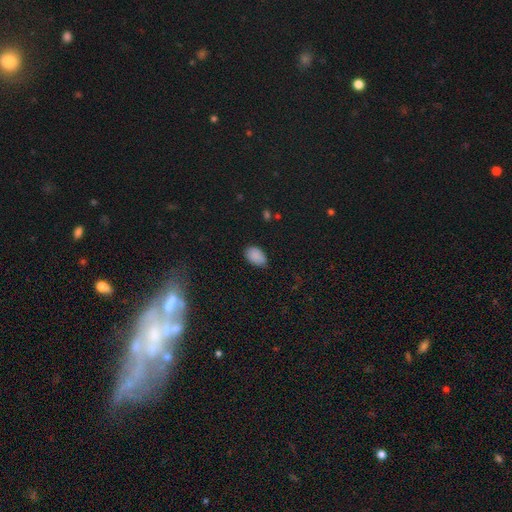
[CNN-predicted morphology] A smooth galaxy with no disk features (86%) that is in between round and cigar-shaped (91%). Merging: none (71%).